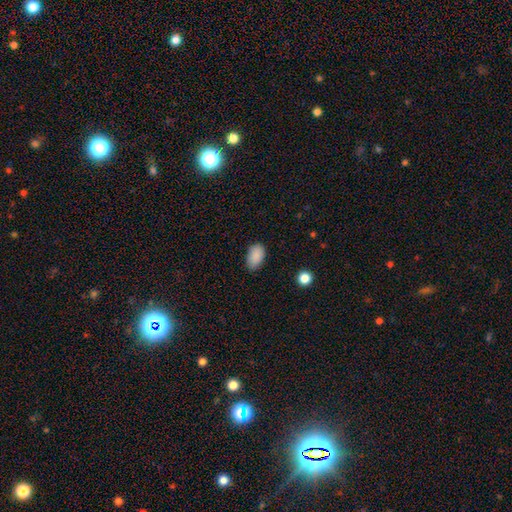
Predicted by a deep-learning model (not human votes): Q: Smooth or featured?
A: smooth (89%); runner-up: star or artifact (8%)
Q: How rounded?
A: in between (92%); runner-up: round (6%)
Q: Merging?
A: none (81%); runner-up: minor disturbance (15%)